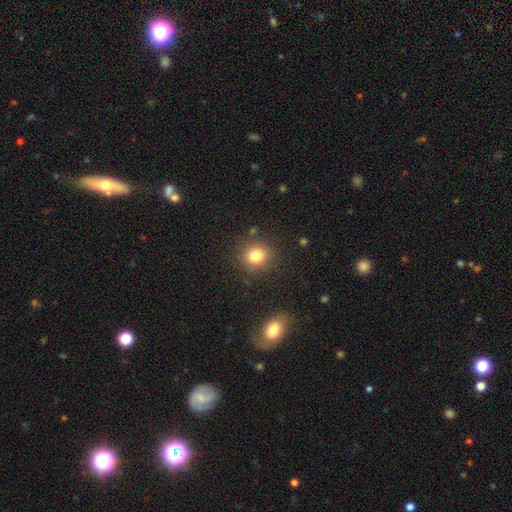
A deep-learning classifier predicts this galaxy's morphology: smooth_or_featured: smooth (p=0.81) [alt: star or artifact p=0.13]
how_rounded: round (p=0.85) [alt: in between p=0.14]
merging: none (p=0.86) [alt: minor disturbance p=0.08]